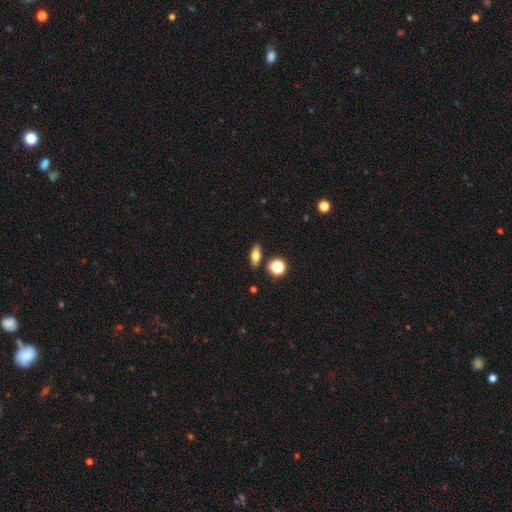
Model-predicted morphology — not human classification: This is likely a smooth galaxy (64%). How rounded: likely in between (69%). Merging: clearly none (84%).